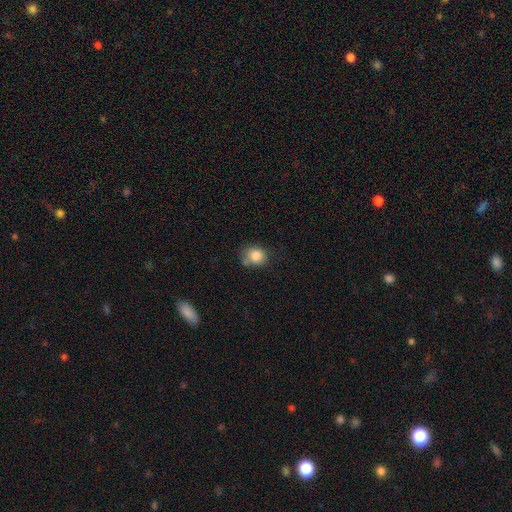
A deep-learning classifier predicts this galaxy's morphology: type=smooth (83%); roundness=round (68%); merging=none (59%).